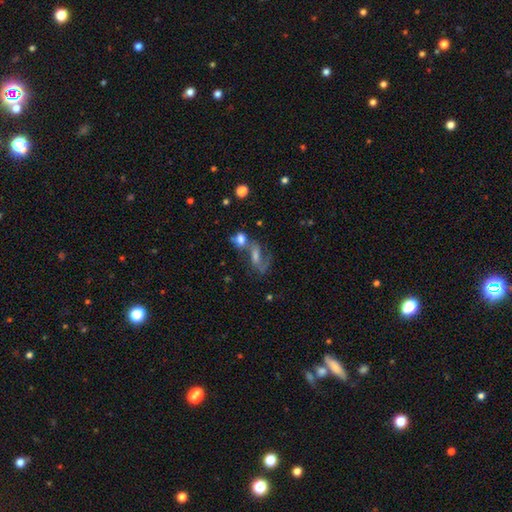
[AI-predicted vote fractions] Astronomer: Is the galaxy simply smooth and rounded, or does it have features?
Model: featured or disk — 50% (runner-up: smooth, 31%).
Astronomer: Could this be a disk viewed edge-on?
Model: no — 90%.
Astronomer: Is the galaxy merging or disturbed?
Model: merger — 43% (runner-up: none, 28%).